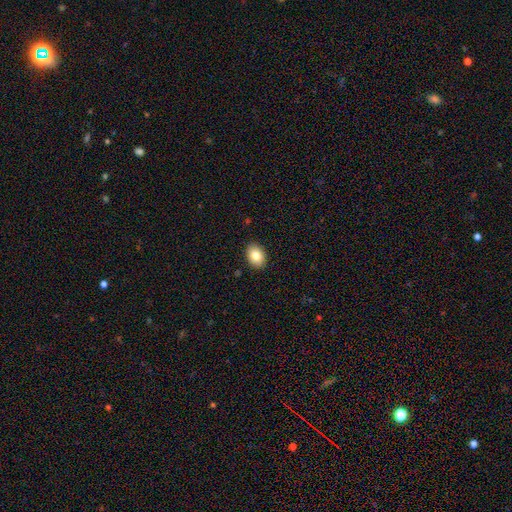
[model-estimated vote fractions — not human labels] Smooth or featured? Predicted: smooth (p=0.83). How rounded? Predicted: in between (p=0.72). Merging? Predicted: none (p=0.90).